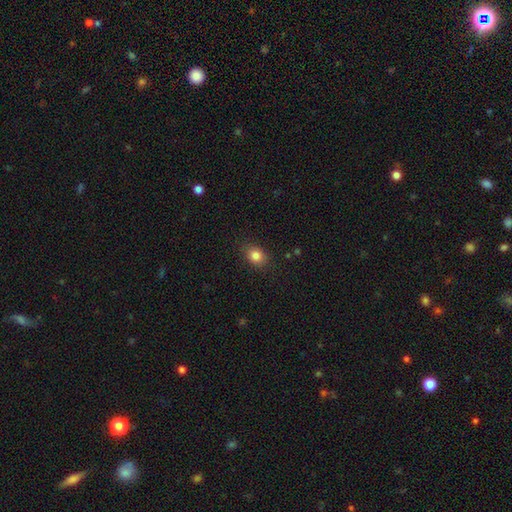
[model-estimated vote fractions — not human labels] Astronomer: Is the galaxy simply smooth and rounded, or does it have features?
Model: smooth — 84%.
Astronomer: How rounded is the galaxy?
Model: in between — 54% (runner-up: round, 45%).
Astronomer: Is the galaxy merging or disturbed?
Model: none — 86%.